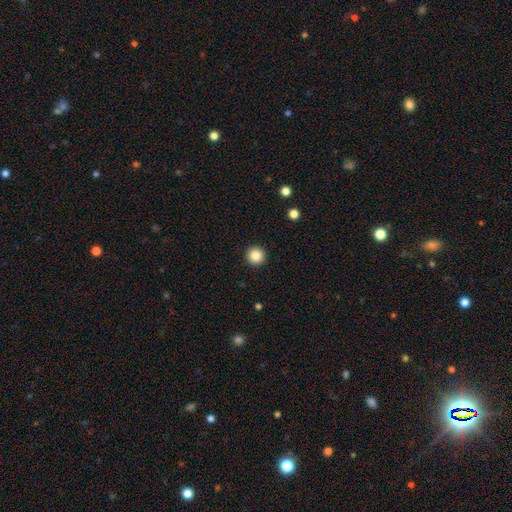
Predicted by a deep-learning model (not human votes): A smooth galaxy with no disk features (85%) that is round (96%). Merging: none (94%).